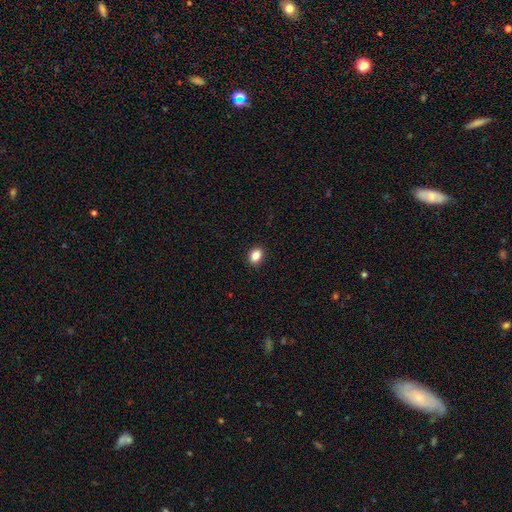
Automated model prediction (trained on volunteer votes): smooth 86%, star or artifact 10%, featured or disk 4%. Down the decision tree: how rounded — in between (68%); merging — none (91%).